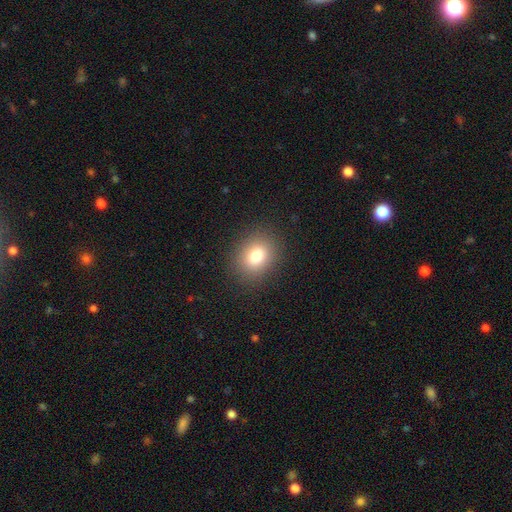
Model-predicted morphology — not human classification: A smooth galaxy with no disk features (79%) that is round (52%).

Vote fractions:
- Smooth or featured? smooth: 79% / star or artifact: 12% / featured or disk: 9%
- How rounded? round: 52% / in between: 47% / cigar-shaped: 1%
- Merging? none: 87% / minor disturbance: 8% / major disturbance: 3% / merger: 1%